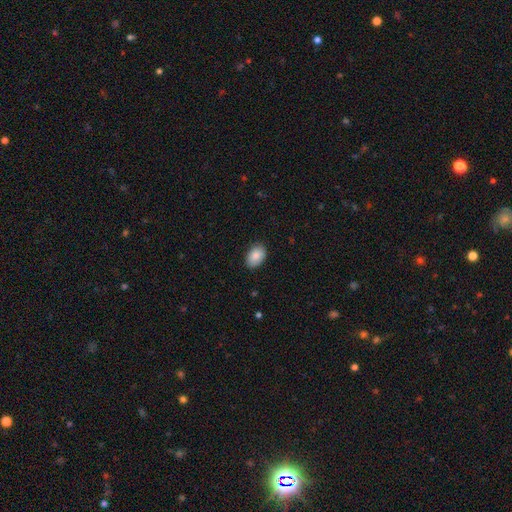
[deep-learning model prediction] A smooth galaxy with no disk features (88%) that is in between round and cigar-shaped (88%). Merging: none (87%).